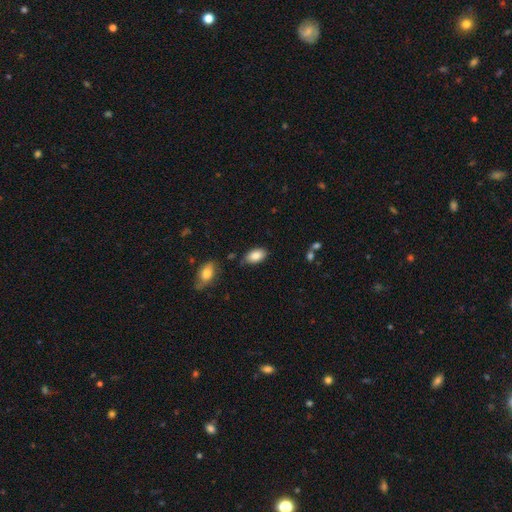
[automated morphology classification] Overall: smooth (85%). How rounded: in between (93%). Merging: none (80%).